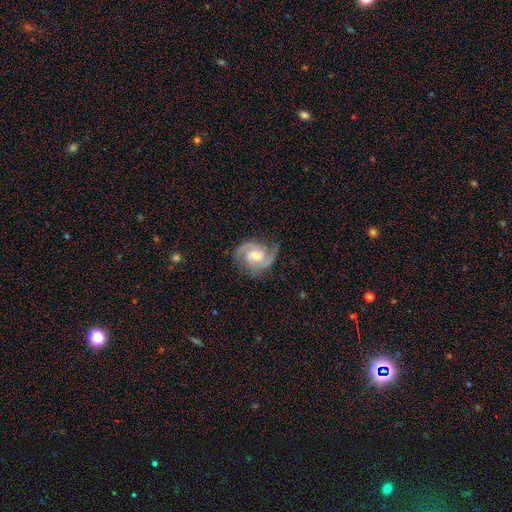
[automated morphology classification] smooth_or_featured: featured or disk (p=0.87) [alt: smooth p=0.08]
disk_edge_on: no (p=0.98) [alt: yes p=0.02]
bar: no (p=0.49) [alt: weak p=0.42]
has_spiral_arms: yes (p=0.97) [alt: no p=0.03]
spiral_winding: medium (p=0.50) [alt: tight p=0.37]
spiral_arm_count: 2 (p=0.83) [alt: 3 p=0.07]
bulge_size: moderate (p=0.69) [alt: small p=0.23]
merging: none (p=0.74) [alt: minor disturbance p=0.19]